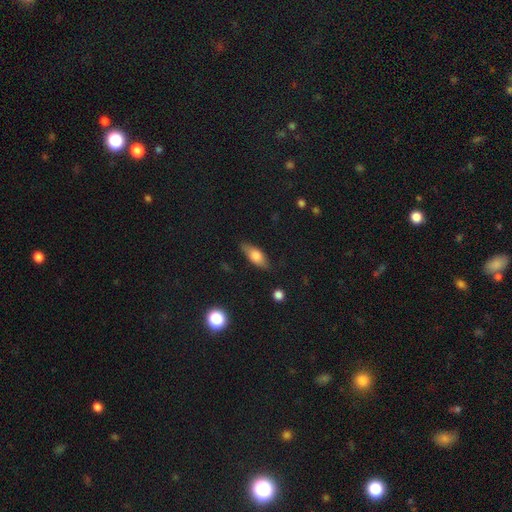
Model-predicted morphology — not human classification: smooth 71%, featured or disk 22%, star or artifact 7%. Down the decision tree: how rounded — in between (77%); merging — none (78%).